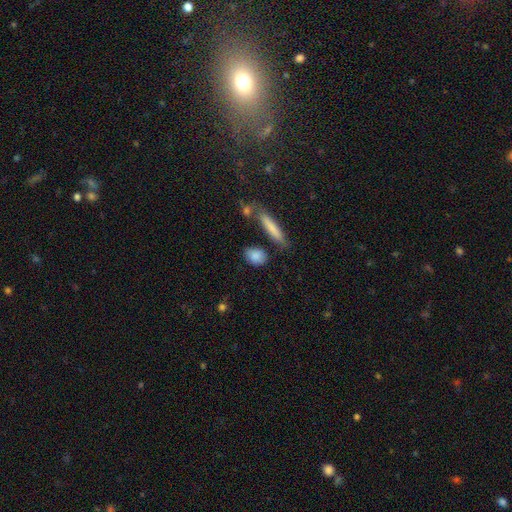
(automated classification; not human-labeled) Smooth or featured? smooth (84%)
How rounded? in between (54%)
Merging? none (74%)